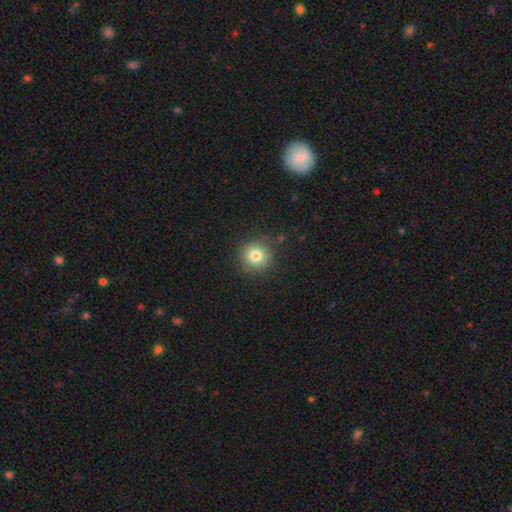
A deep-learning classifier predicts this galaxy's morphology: Smooth or featured: smooth — 81% (star or artifact — 12%)
How rounded: round — 93% (in between — 6%)
Merging: none — 87% (minor disturbance — 9%)